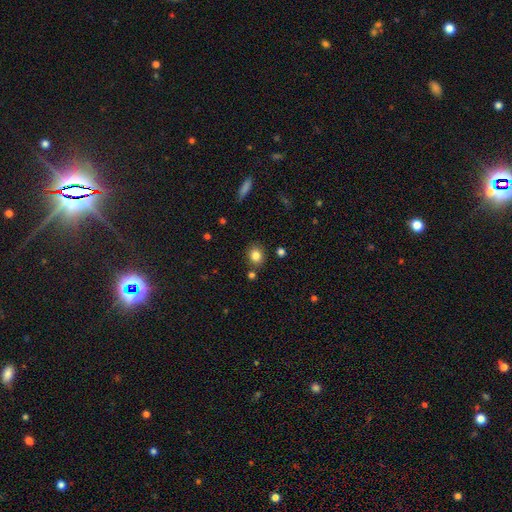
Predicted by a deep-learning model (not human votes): Smooth or featured? smooth (83%)
How rounded? round (65%)
Merging? none (82%)